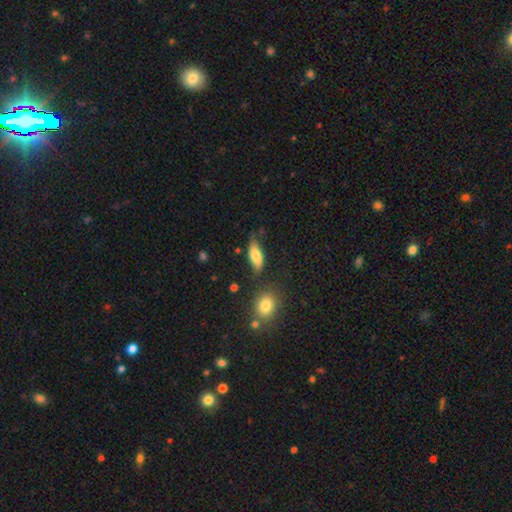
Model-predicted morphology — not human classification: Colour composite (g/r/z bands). It shows a smooth galaxy with no disk features (74%) that is in between round and cigar-shaped (77%). Merging: none (64%).